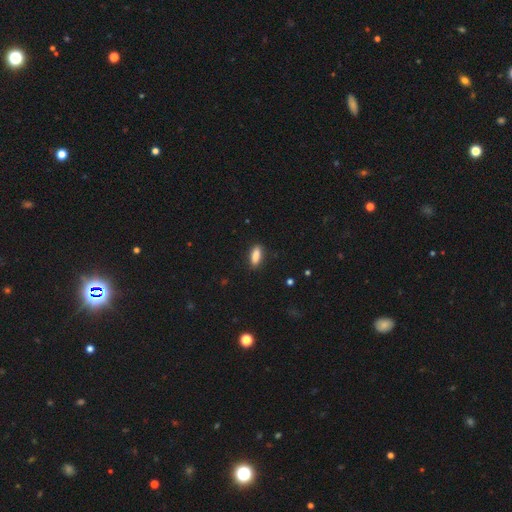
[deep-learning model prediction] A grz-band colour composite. It shows a smooth galaxy with no disk features (87%) that is in between round and cigar-shaped (71%). Merging: none (86%).